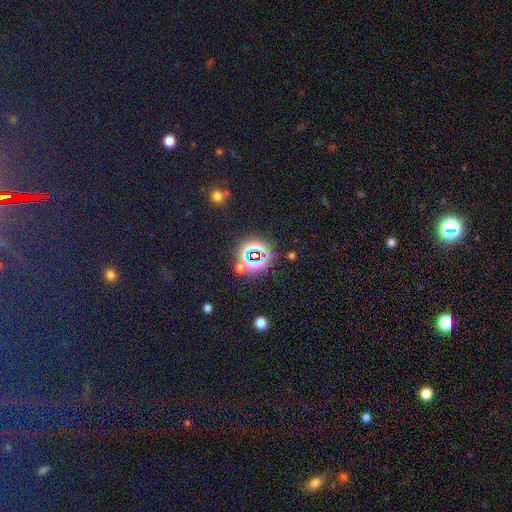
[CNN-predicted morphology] A star or artifact, not a galaxy (73%).

Vote fractions:
- Smooth or featured? star or artifact: 73% / smooth: 19% / featured or disk: 8%